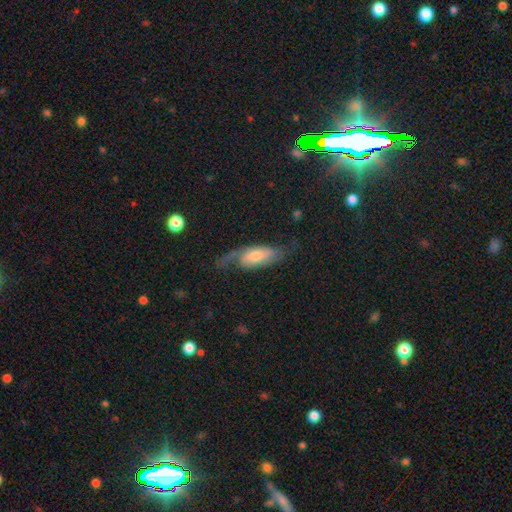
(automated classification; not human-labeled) smooth_or_featured: featured or disk (p=0.66) [alt: smooth p=0.26]
disk_edge_on: no (p=0.86) [alt: yes p=0.14]
bar: no (p=0.53) [alt: weak p=0.36]
has_spiral_arms: yes (p=0.91) [alt: no p=0.09]
spiral_winding: medium (p=0.41) [alt: loose p=0.40]
spiral_arm_count: 2 (p=0.75) [alt: 1 p=0.12]
bulge_size: moderate (p=0.52) [alt: small p=0.26]
merging: none (p=0.57) [alt: minor disturbance p=0.23]